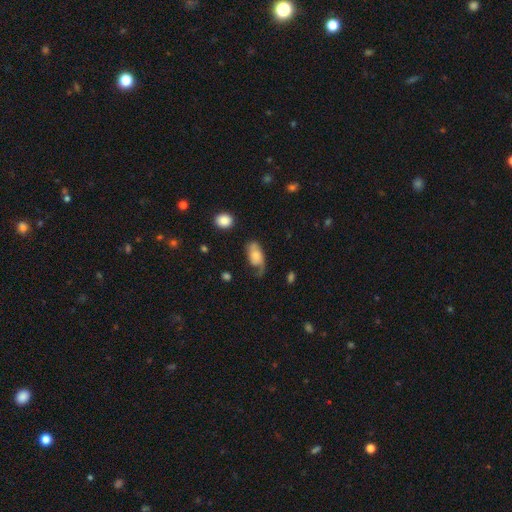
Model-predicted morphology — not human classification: smooth 46% (tied), featured or disk 46% (tied), star or artifact 8%. Down the decision tree: merging — none (41%).